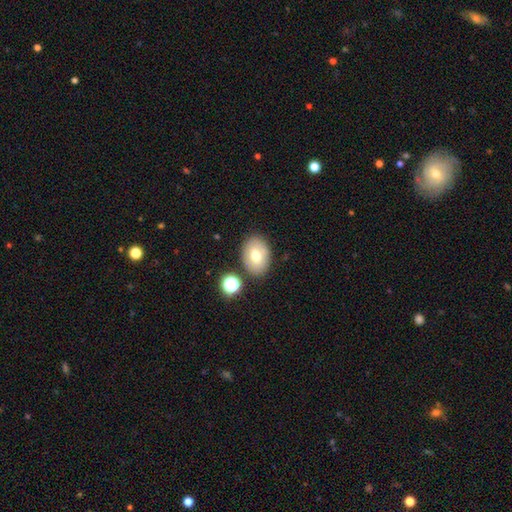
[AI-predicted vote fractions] Morphology: type=smooth (70%); roundness=in between (77%); merging=none (79%).